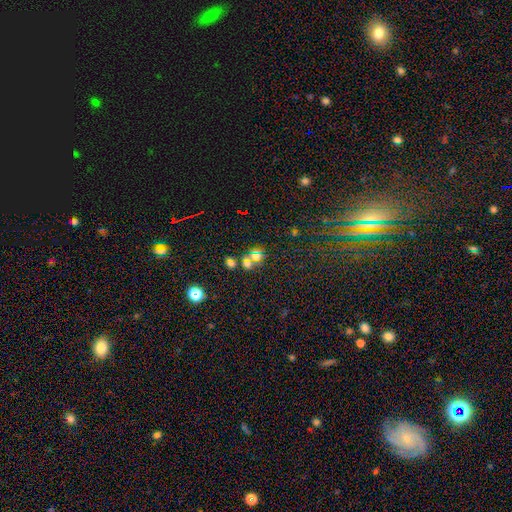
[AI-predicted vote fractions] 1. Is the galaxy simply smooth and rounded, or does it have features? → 51% star or artifact, 37% smooth, 12% featured or disk.